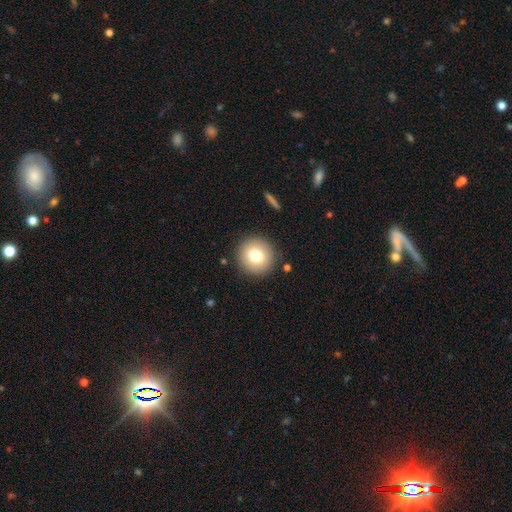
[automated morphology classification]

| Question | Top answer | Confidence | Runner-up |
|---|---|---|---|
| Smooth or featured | smooth | 75% | featured or disk (14%) |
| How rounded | round | 94% | in between (5%) |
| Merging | none | 90% | minor disturbance (6%) |